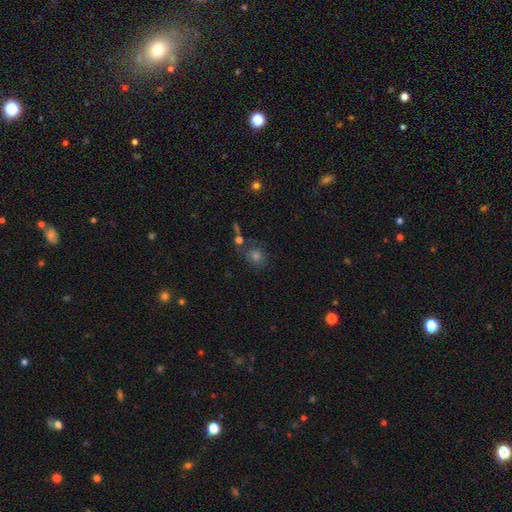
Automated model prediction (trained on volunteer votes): smooth-or-featured: smooth: 64% | star or artifact: 24% | featured or disk: 12%
  how-rounded: round: 78% | in between: 21% | cigar-shaped: 1%
  merging: none: 74% | minor disturbance: 12% | merger: 9% | major disturbance: 5%